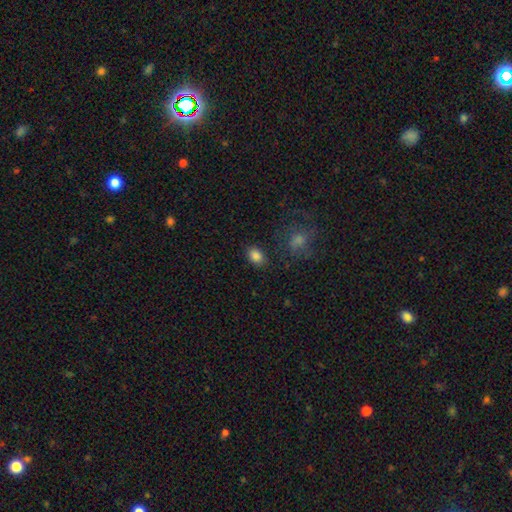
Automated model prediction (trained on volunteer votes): Smooth or featured? smooth (85%)
How rounded? in between (70%)
Merging? none (83%)